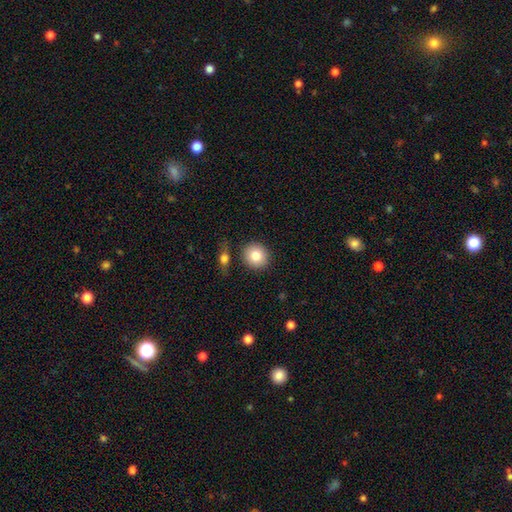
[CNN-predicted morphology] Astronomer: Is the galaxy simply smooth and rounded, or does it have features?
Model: smooth — 81%.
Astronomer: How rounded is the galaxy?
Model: round — 89%.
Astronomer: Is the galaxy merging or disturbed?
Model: none — 83%.